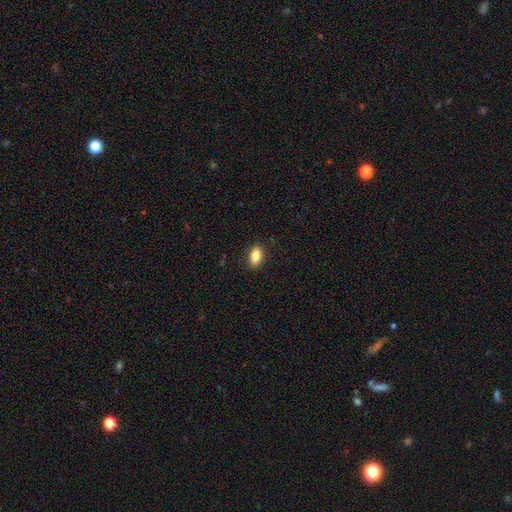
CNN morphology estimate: Q: Smooth or featured?
A: smooth (84%); runner-up: featured or disk (8%)
Q: How rounded?
A: in between (89%); runner-up: round (7%)
Q: Merging?
A: none (89%); runner-up: minor disturbance (8%)